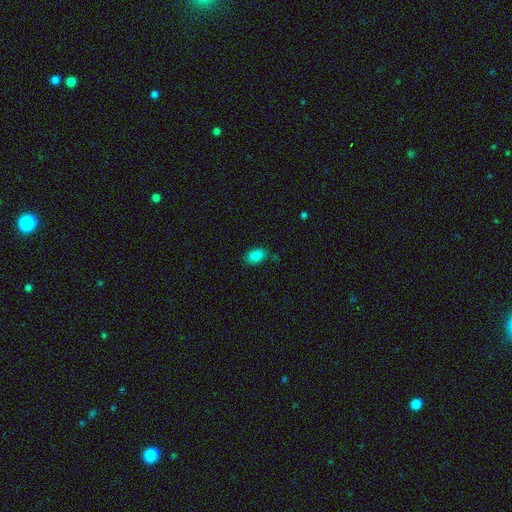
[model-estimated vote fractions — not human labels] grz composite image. It shows a smooth galaxy with no disk features (85%) that is in between round and cigar-shaped (86%). Merging: none (77%).